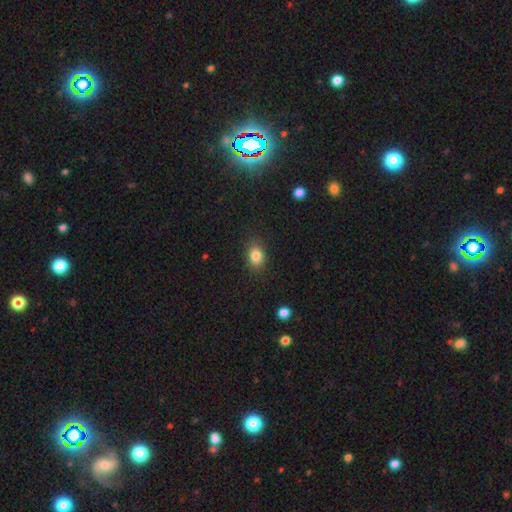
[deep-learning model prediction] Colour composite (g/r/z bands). It shows a smooth galaxy with no disk features (82%) that is in between round and cigar-shaped (73%). Merging: none (85%).